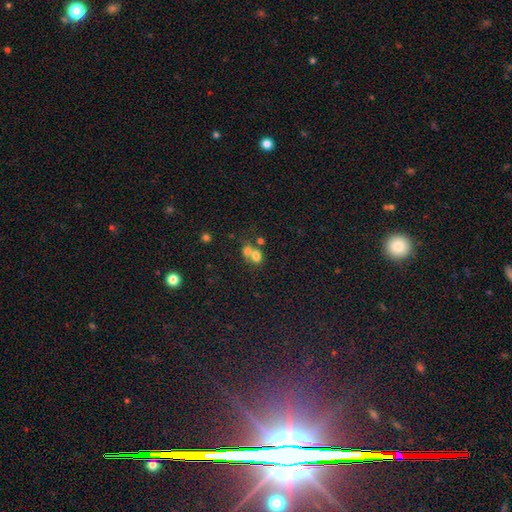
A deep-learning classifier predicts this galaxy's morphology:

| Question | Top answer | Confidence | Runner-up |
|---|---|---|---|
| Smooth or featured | smooth | 71% | featured or disk (15%) |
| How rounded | round | 58% | in between (40%) |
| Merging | merger | 62% | none (27%) |